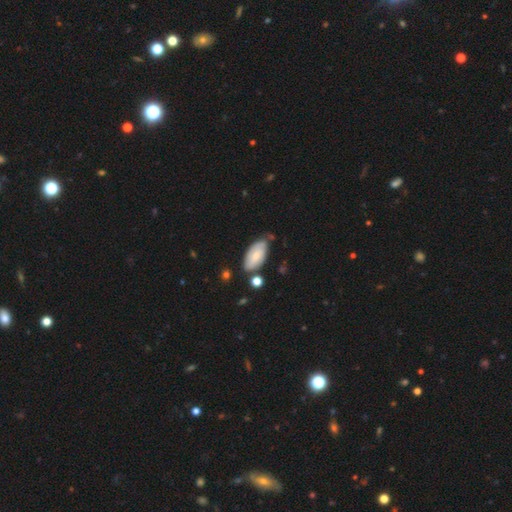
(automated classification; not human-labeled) smooth_or_featured: smooth (p=0.63) [alt: featured or disk p=0.31]
how_rounded: in between (p=0.92) [alt: cigar-shaped p=0.06]
merging: none (p=0.60) [alt: minor disturbance p=0.27]